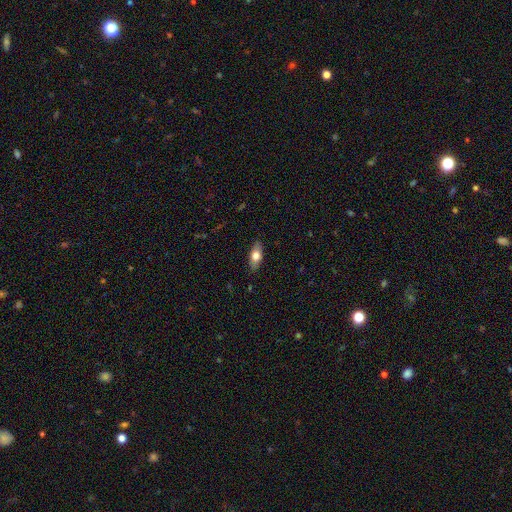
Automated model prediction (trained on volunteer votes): Morphology: type=smooth (68%); roundness=in between (79%); merging=none (86%).